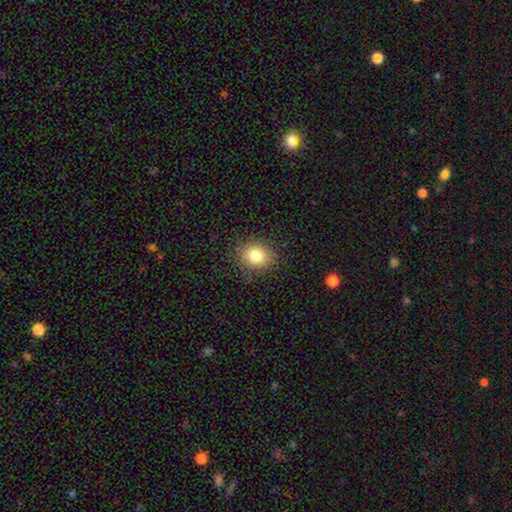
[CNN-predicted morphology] Overall: smooth (81%). How rounded: round (66%; in between 33%). Merging: none (86%).